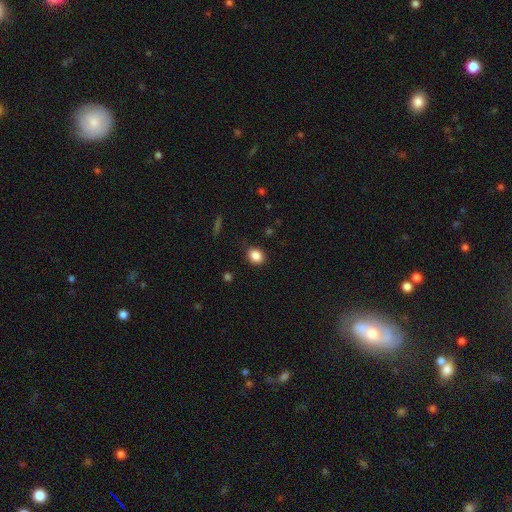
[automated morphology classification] A smooth galaxy with no disk features (86%) that is round (56%). Merging: none (87%).